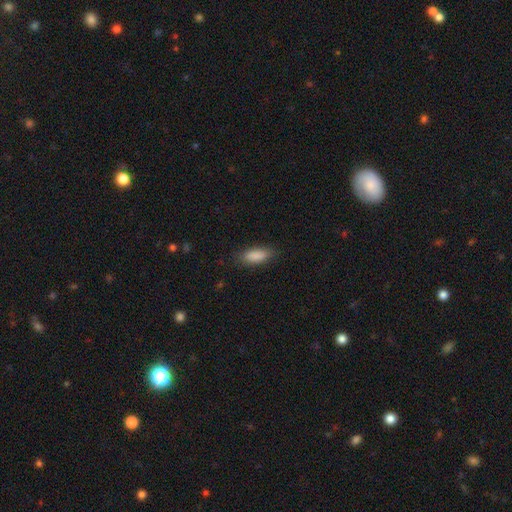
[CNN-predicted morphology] This appears to be a smooth galaxy with no disk features (88%) that is in between round and cigar-shaped (77%). Merging: none (83%).